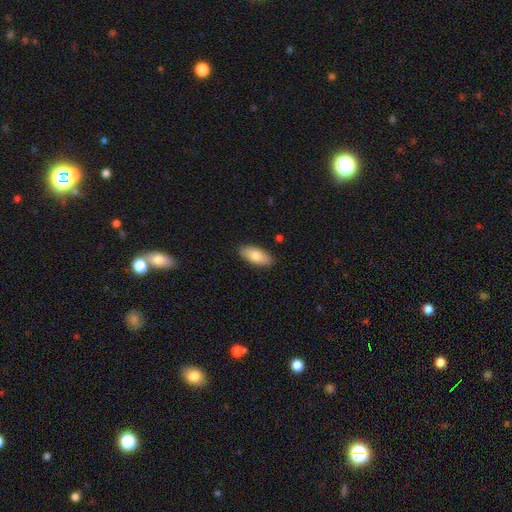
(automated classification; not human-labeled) Overall: smooth (80%). How rounded: in between (88%). Merging: none (88%).